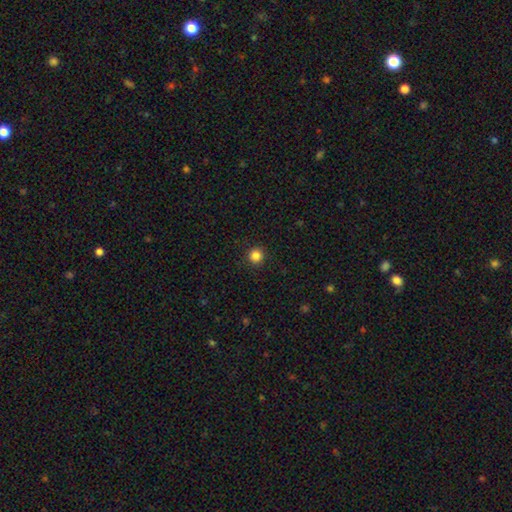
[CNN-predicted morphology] Smooth or featured: smooth — 85% (star or artifact — 12%)
How rounded: round — 95% (in between — 4%)
Merging: none — 93% (minor disturbance — 5%)